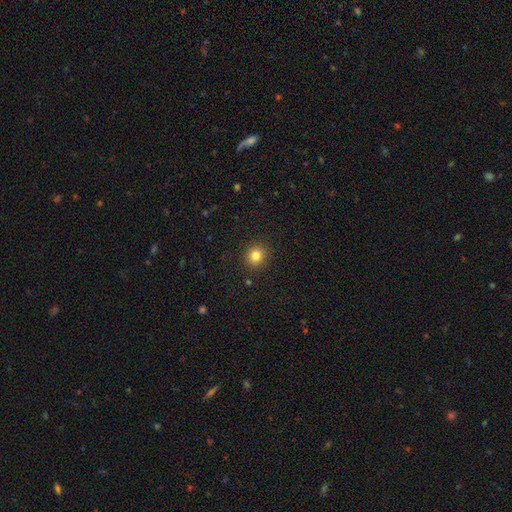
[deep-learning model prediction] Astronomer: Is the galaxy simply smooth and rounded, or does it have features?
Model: smooth — 81%.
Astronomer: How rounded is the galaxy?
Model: round — 84%.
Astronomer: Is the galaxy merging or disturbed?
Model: none — 91%.